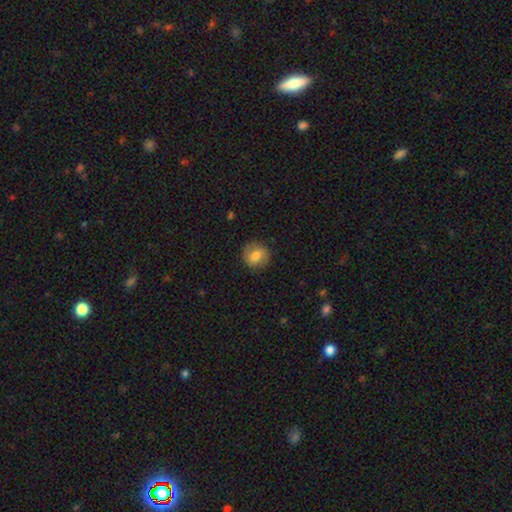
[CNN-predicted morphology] Q: Smooth or featured?
A: smooth (73%); runner-up: featured or disk (19%)
Q: How rounded?
A: round (83%); runner-up: in between (16%)
Q: Merging?
A: none (84%); runner-up: minor disturbance (12%)